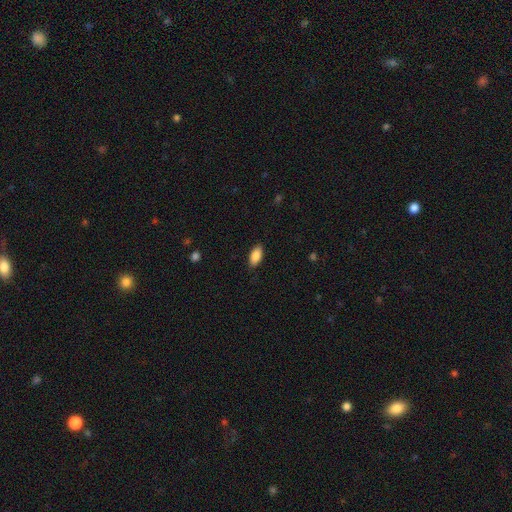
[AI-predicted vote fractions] A smooth galaxy with no disk features (88%) that is in between round and cigar-shaped (91%). Merging: none (88%).